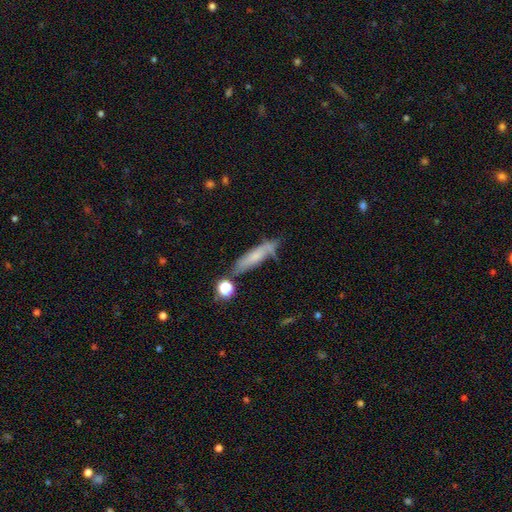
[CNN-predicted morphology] smooth 58%, featured or disk 33%, star or artifact 9%. Down the decision tree: how rounded — cigar-shaped (76%); merging — none (58%).